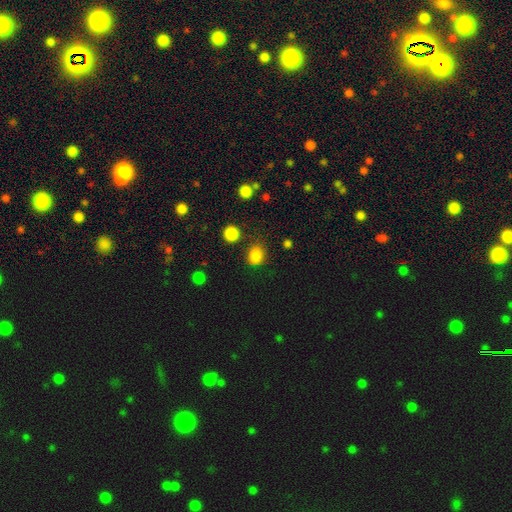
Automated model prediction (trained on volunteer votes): This appears to be a smooth galaxy with no disk features (83%) that is round (68%). Merging: none (76%).